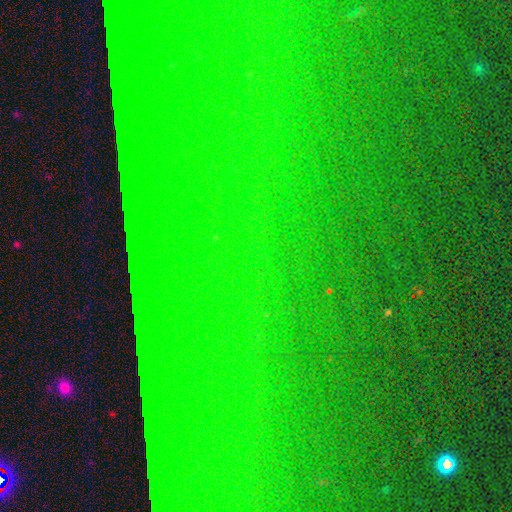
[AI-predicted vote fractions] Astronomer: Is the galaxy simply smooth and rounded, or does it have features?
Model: star or artifact — 85%.